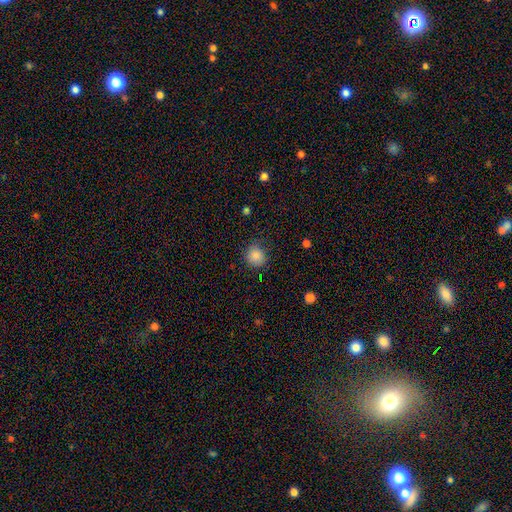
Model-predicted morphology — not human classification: smooth-or-featured: smooth: 85% | star or artifact: 11% | featured or disk: 5%
  how-rounded: round: 89% | in between: 10% | cigar-shaped: 1%
  merging: none: 80% | minor disturbance: 15% | major disturbance: 4% | merger: 1%